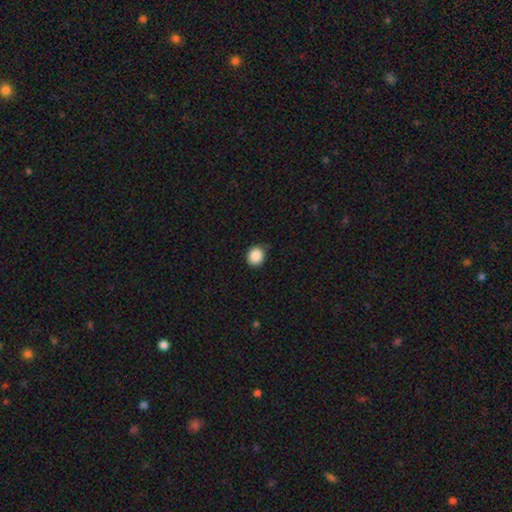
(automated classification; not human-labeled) A smooth galaxy with no disk features (88%) that is round (78%). Merging: none (84%).